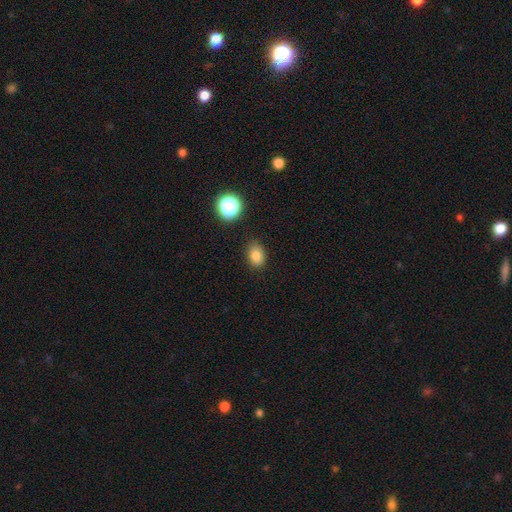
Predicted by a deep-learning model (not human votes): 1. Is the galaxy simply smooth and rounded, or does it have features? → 82% smooth, 13% star or artifact, 6% featured or disk.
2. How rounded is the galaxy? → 68% in between, 30% round, 1% cigar-shaped.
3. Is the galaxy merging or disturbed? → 81% none, 14% minor disturbance, 3% major disturbance, 2% merger.